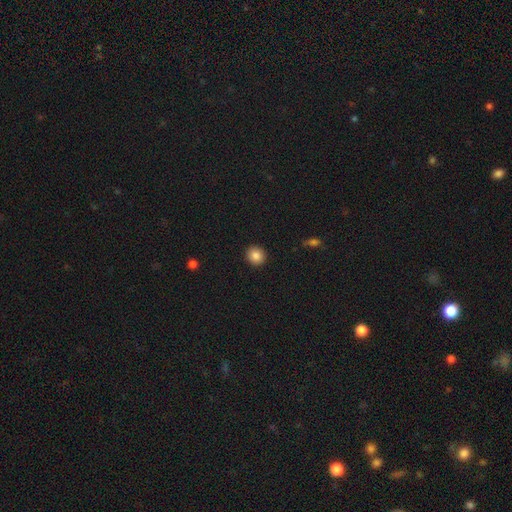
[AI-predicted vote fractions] This is clearly a smooth galaxy (85%). How rounded: clearly round (88%). Merging: clearly none (92%).